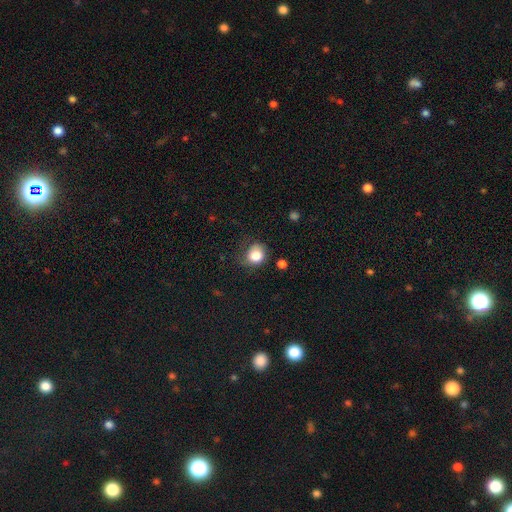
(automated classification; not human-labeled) Morphology: type=smooth (82%); roundness=round (74%); merging=none (51%).